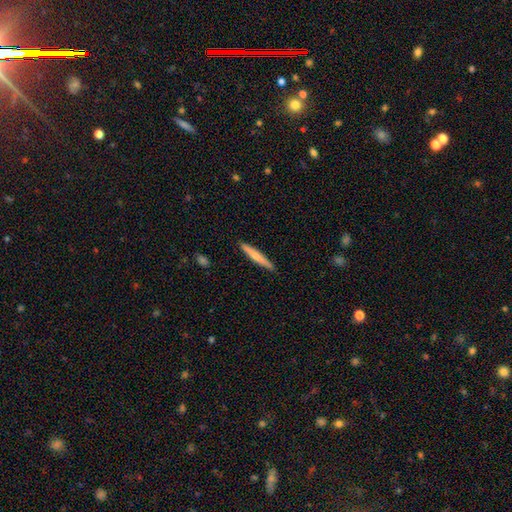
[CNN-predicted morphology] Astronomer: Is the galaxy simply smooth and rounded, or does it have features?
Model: smooth — 63%.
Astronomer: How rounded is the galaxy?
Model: cigar-shaped — 95%.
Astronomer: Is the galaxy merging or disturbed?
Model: none — 90%.